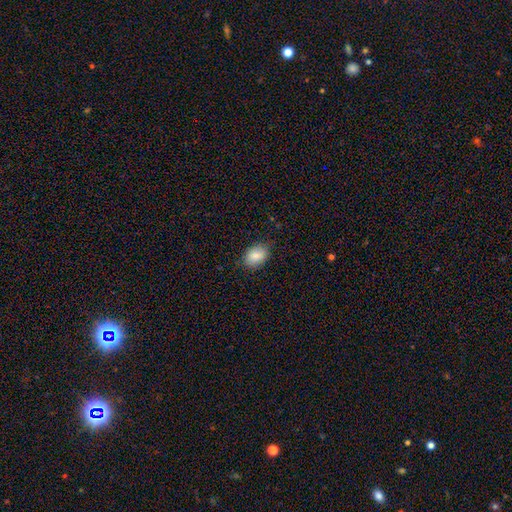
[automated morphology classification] Overall: smooth (86%). How rounded: in between (78%). Merging: none (82%).